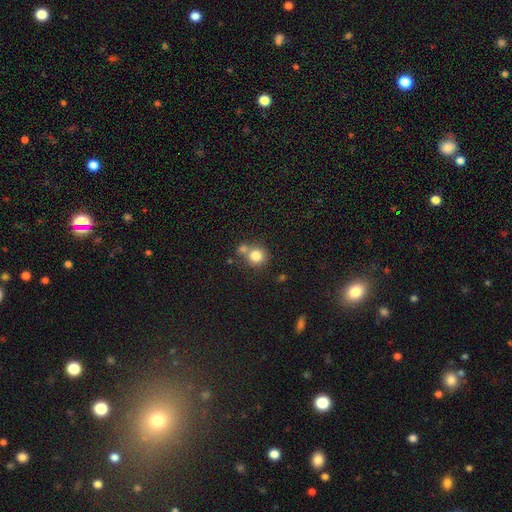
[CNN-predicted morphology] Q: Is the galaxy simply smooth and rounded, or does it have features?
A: smooth — 80%.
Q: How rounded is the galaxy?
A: round — 89%.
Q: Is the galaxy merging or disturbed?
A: none — 55%.